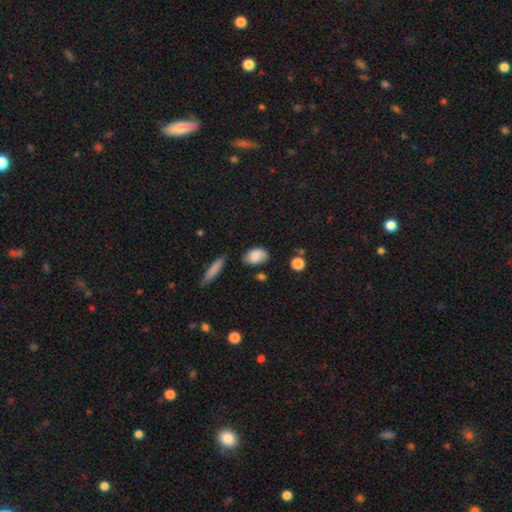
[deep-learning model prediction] Overall: smooth (80%). How rounded: in between (85%). Merging: none (62%; minor disturbance 27%).